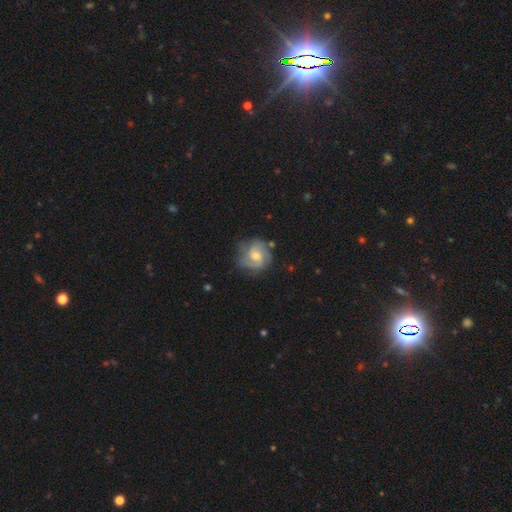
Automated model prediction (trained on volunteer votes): Smooth or featured? featured or disk (73%)
Edge-on disk? no (98%)
Bar? no (53%)
Spiral arms? yes (93%)
Spiral winding? medium (46%)
Spiral arm count? 2 (57%)
Bulge size? moderate (62%)
Merging? none (70%)